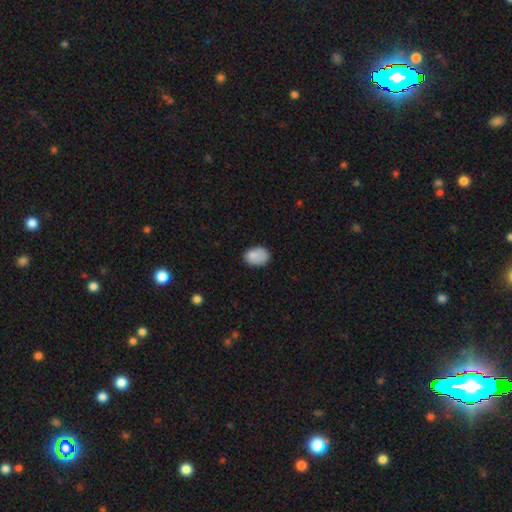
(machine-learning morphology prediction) type=smooth (84%); roundness=in between (81%); merging=none (65%).